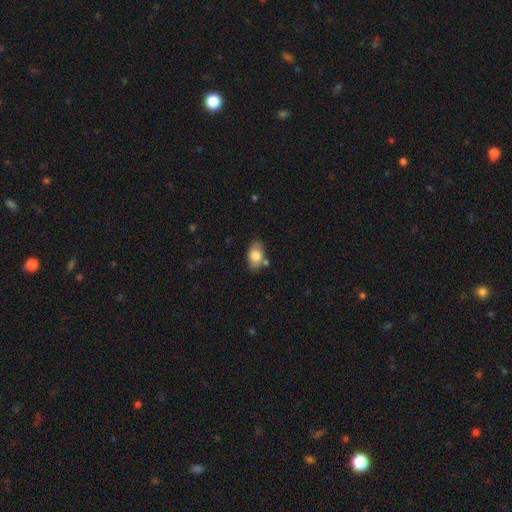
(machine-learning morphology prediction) smooth 82%, featured or disk 11%, star or artifact 7%. Down the decision tree: how rounded — in between (89%); merging — none (71%).